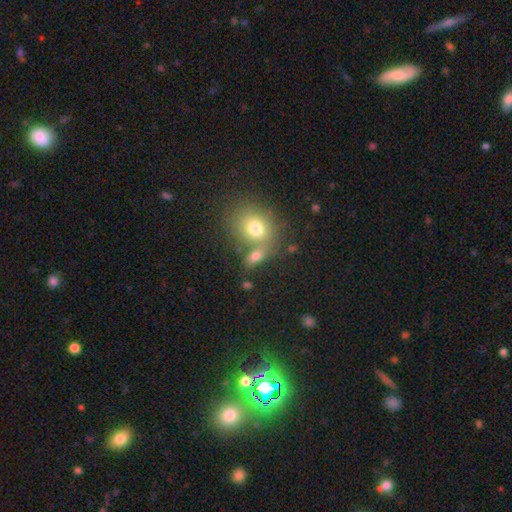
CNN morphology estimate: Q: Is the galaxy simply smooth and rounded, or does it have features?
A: smooth — 72%.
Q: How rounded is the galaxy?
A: in between — 65%.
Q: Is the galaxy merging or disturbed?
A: none — 44%.